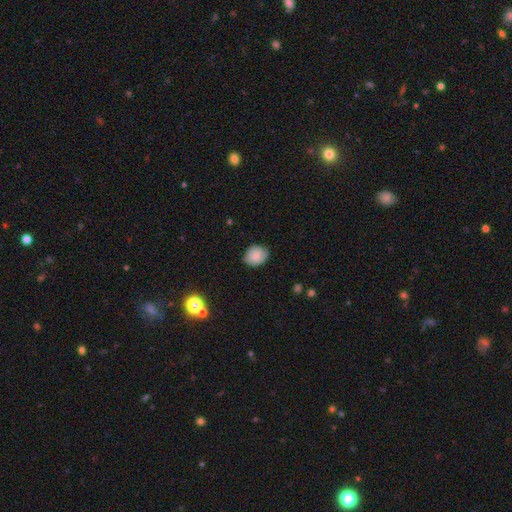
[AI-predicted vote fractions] A smooth galaxy with no disk features (73%) that is round (62%). Merging: none (75%).